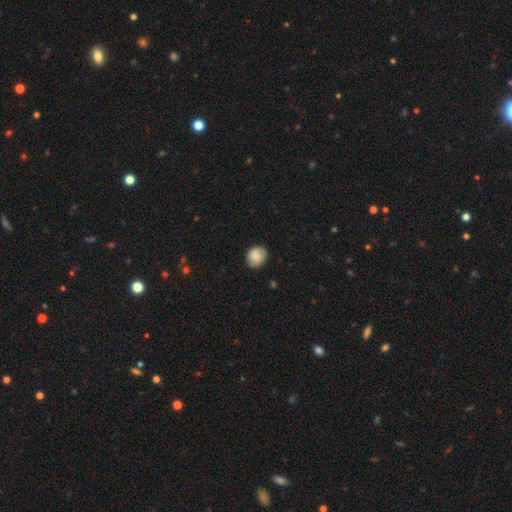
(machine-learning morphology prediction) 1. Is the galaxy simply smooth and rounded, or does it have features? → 78% smooth, 15% featured or disk, 7% star or artifact.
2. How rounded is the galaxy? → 60% round, 39% in between, 1% cigar-shaped.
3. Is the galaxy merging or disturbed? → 79% none, 17% minor disturbance, 3% major disturbance, 1% merger.